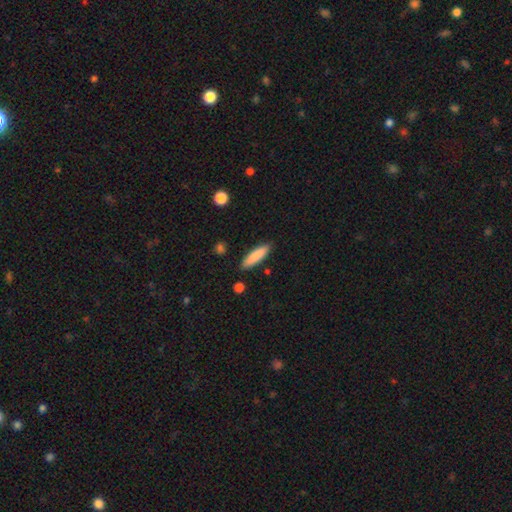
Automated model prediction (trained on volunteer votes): smooth_or_featured: smooth (p=0.84) [alt: featured or disk p=0.10]
how_rounded: cigar-shaped (p=0.72) [alt: in between p=0.26]
merging: none (p=0.87) [alt: minor disturbance p=0.09]